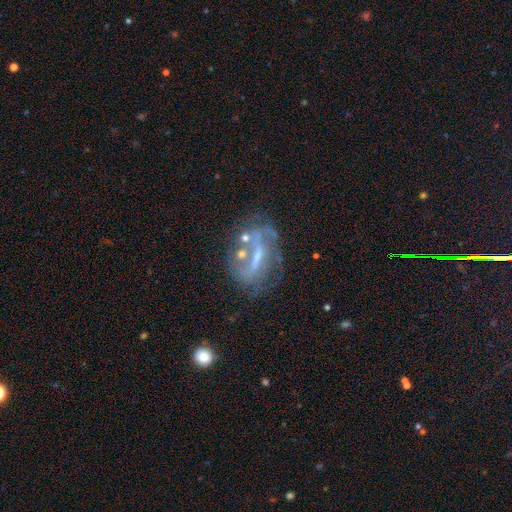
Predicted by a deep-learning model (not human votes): This is likely a featured or disk galaxy (71%). It is clearly not viewed edge-on (90%). Bar: possibly strong (45%). Spiral arm pattern: likely yes (64%). Central bulge: marginally small (44%). Merging: possibly none (48%).